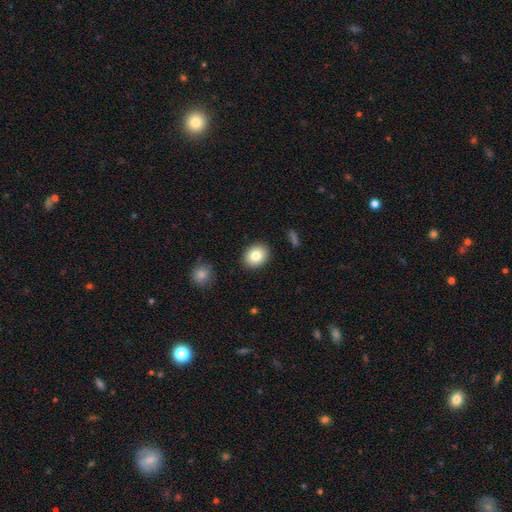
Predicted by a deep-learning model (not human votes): A smooth galaxy with no disk features (82%) that is round (54%). Merging: none (89%).